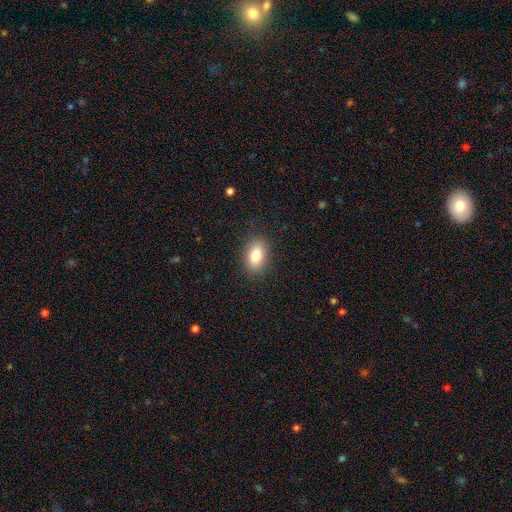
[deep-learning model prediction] Smooth or featured? Predicted: smooth (p=0.84). How rounded? Predicted: in between (p=0.89). Merging? Predicted: none (p=0.86).